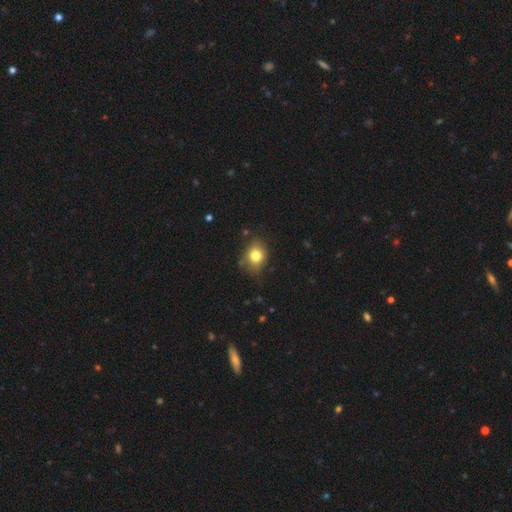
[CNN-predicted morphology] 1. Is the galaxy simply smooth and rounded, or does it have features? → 79% smooth, 11% featured or disk, 11% star or artifact.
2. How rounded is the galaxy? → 52% round, 47% in between, 1% cigar-shaped.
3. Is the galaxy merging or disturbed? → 72% none, 20% minor disturbance, 5% major disturbance, 3% merger.